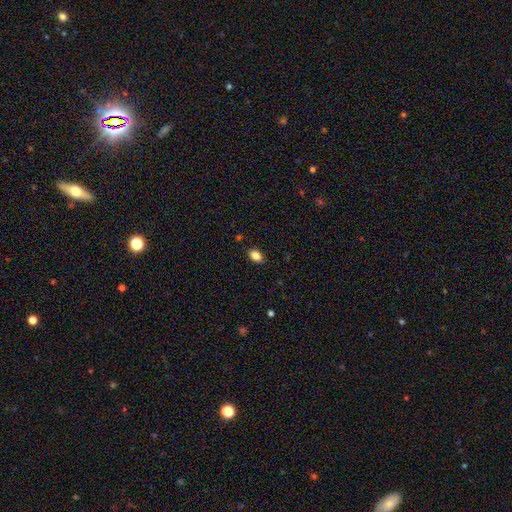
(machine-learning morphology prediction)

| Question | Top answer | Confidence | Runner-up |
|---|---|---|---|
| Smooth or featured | smooth | 86% | star or artifact (9%) |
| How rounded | in between | 86% | round (12%) |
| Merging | none | 88% | minor disturbance (9%) |